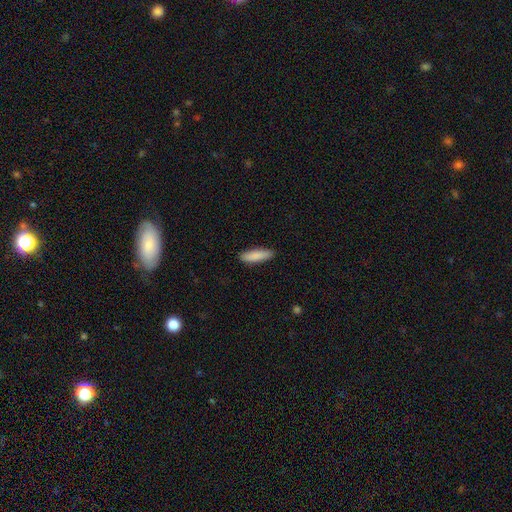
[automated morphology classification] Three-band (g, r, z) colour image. It shows a smooth galaxy with no disk features (88%) that is cigar-shaped (64%). Merging: none (89%).